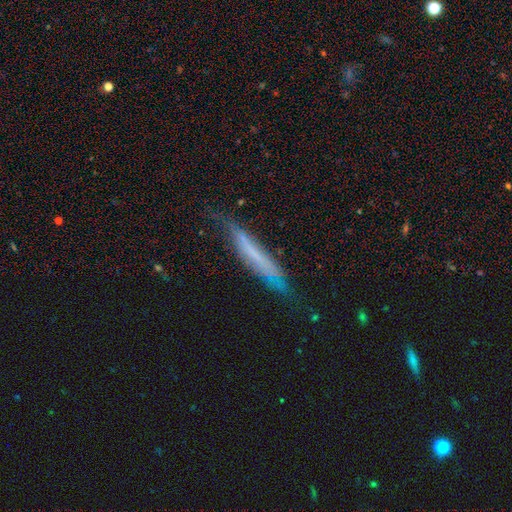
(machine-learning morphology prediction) This is possibly a featured or disk galaxy (49%). Merging: likely none (61%).